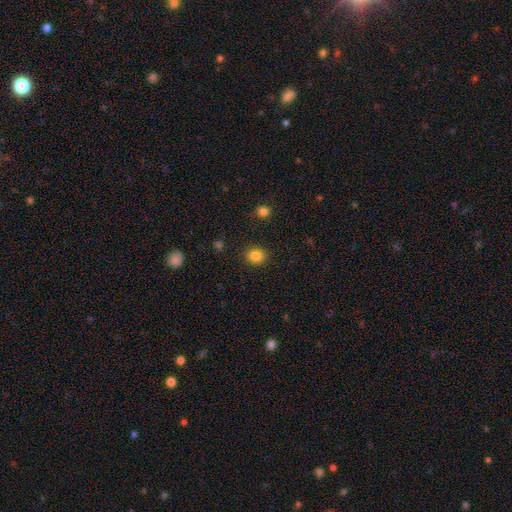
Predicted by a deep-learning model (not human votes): Q: Smooth or featured?
A: smooth (85%); runner-up: star or artifact (11%)
Q: How rounded?
A: round (81%); runner-up: in between (19%)
Q: Merging?
A: none (90%); runner-up: minor disturbance (7%)